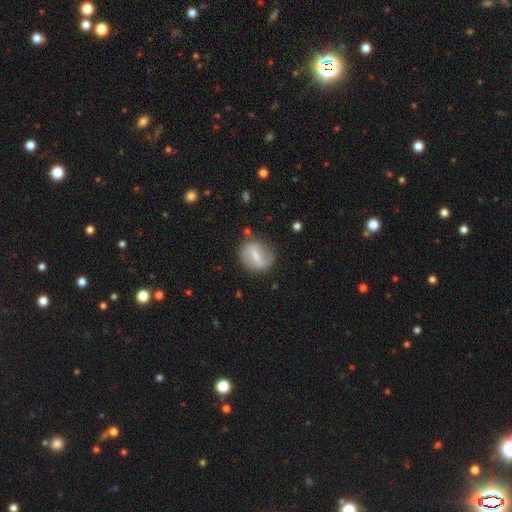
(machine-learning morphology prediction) smooth_or_featured: featured or disk (p=0.54) [alt: smooth p=0.39]
disk_edge_on: no (p=0.94) [alt: yes p=0.06]
bar: strong (p=0.44) [alt: weak p=0.43]
has_spiral_arms: yes (p=0.58) [alt: no p=0.42]
bulge_size: small (p=0.39) [alt: moderate p=0.36]
merging: none (p=0.72) [alt: minor disturbance p=0.18]